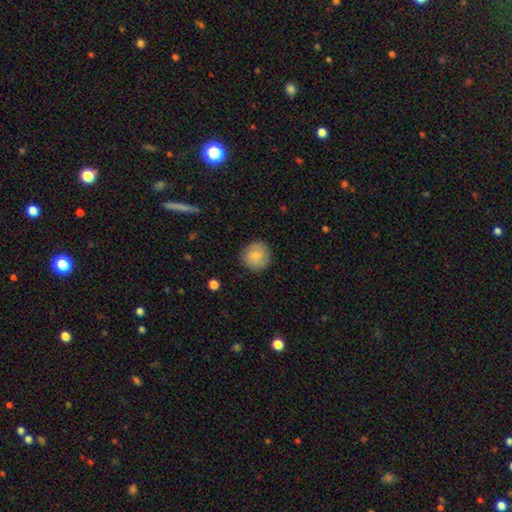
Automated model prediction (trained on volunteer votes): This appears to be a smooth galaxy with no disk features (78%) that is round (93%). Merging: none (89%).